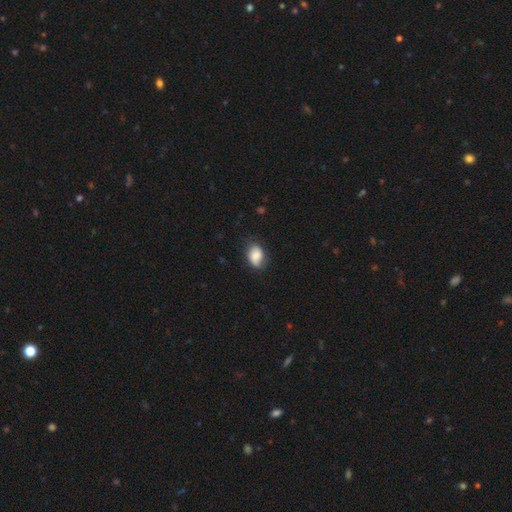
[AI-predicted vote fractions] Smooth or featured? smooth (80%)
How rounded? in between (81%)
Merging? none (70%)